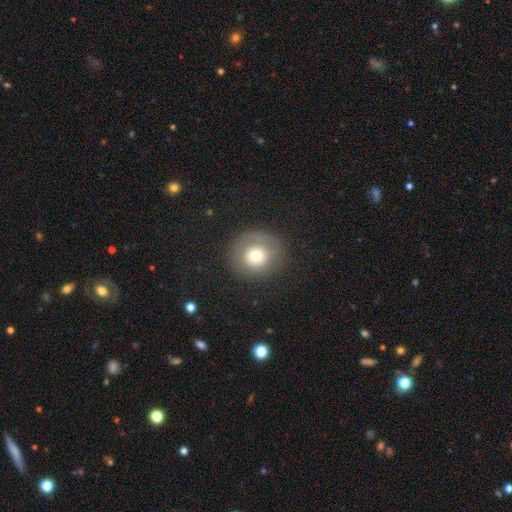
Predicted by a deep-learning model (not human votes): Smooth or featured? Predicted: smooth (p=0.66). How rounded? Predicted: round (p=0.90). Merging? Predicted: none (p=0.76).